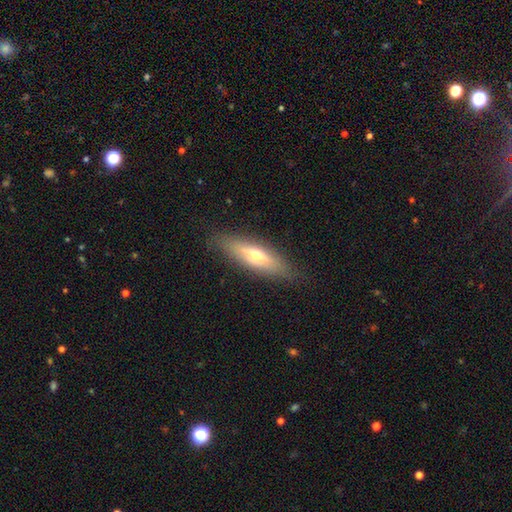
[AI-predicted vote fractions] This is possibly a smooth galaxy (50%). Merging: clearly none (85%).